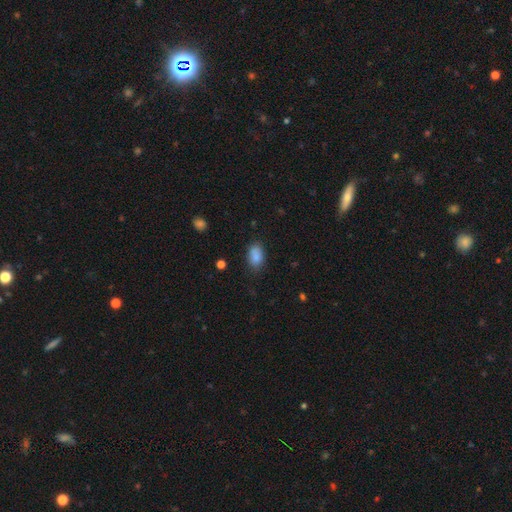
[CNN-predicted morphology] smooth 86%, star or artifact 8%, featured or disk 6%. Down the decision tree: how rounded — in between (89%); merging — none (76%).